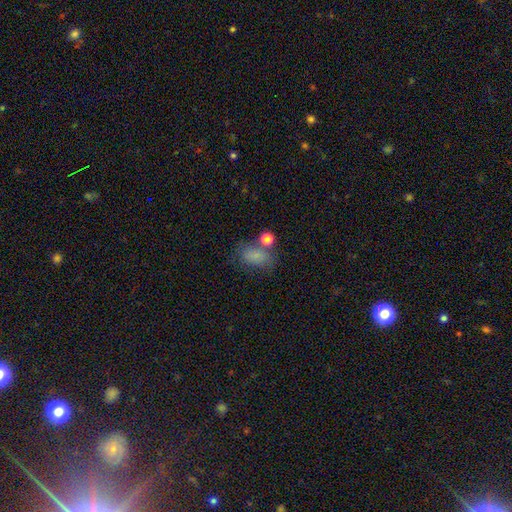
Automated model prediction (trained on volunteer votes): Overall: smooth (76%). How rounded: in between (80%). Merging: none (51%; minor disturbance 22%).